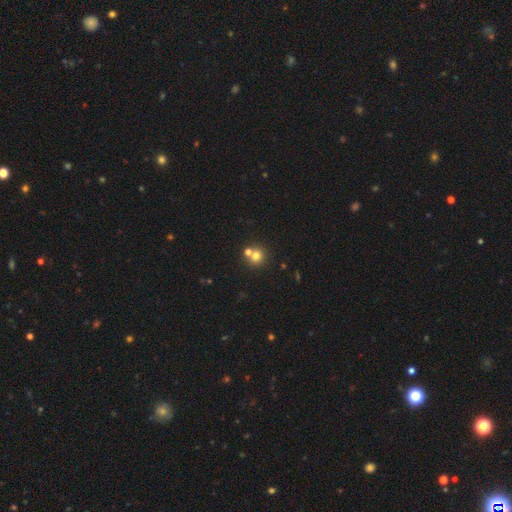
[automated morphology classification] Smooth or featured?
  - smooth: 73% *
  - star or artifact: 15%
  - featured or disk: 12%
How rounded?
  - round: 88% *
  - in between: 11%
  - cigar-shaped: 1%
Merging?
  - none: 55% *
  - merger: 36%
  - minor disturbance: 6%
  - major disturbance: 2%